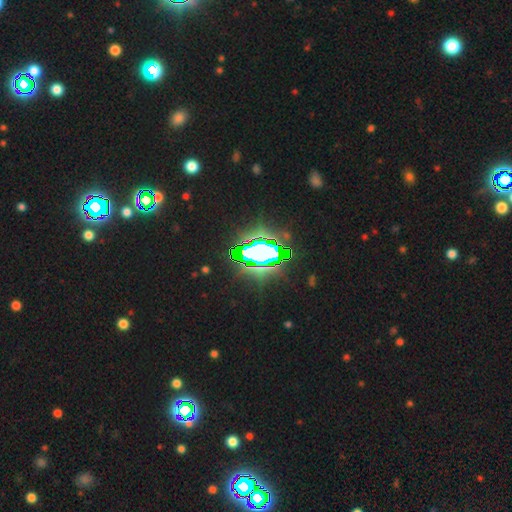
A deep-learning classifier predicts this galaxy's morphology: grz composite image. It shows a star or artifact, not a galaxy (70%).